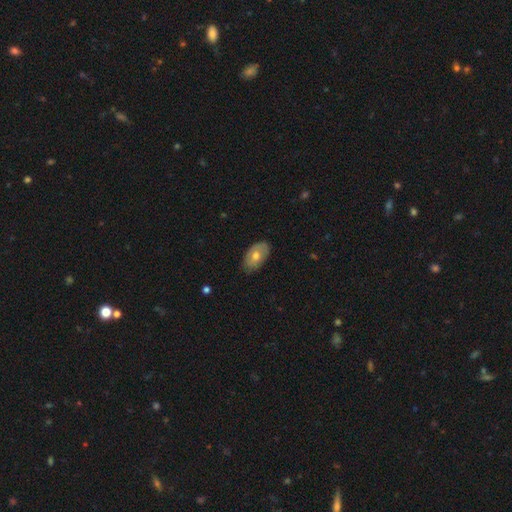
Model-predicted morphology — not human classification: Smooth or featured? smooth (56%)
How rounded? in between (91%)
Merging? none (79%)